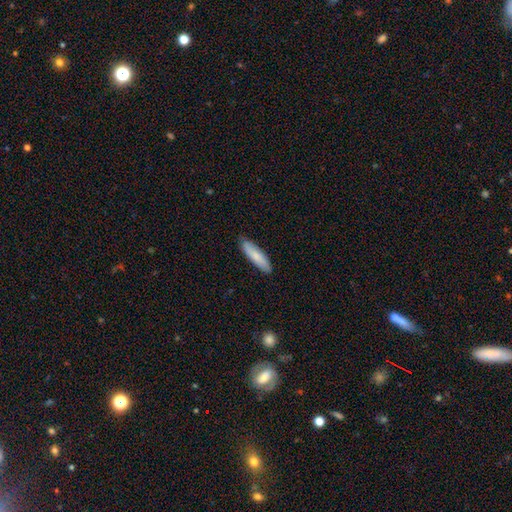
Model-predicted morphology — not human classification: Smooth or featured?
  - smooth: 80% *
  - featured or disk: 15%
  - star or artifact: 5%
How rounded?
  - cigar-shaped: 72% *
  - in between: 27%
  - round: 1%
Merging?
  - none: 87% *
  - minor disturbance: 10%
  - major disturbance: 2%
  - merger: 1%